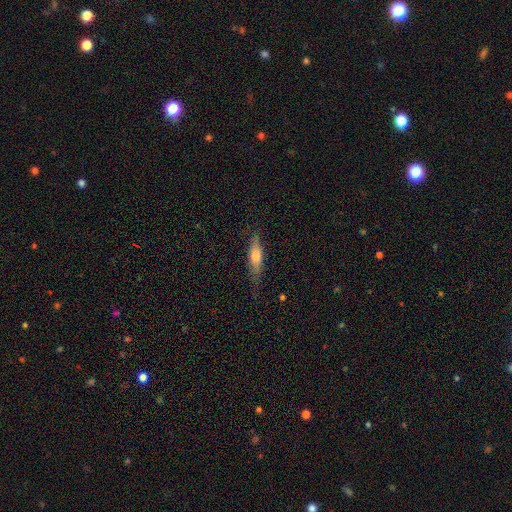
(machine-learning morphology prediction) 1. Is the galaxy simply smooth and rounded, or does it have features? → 59% smooth, 35% featured or disk, 6% star or artifact.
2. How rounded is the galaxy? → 67% cigar-shaped, 31% in between, 2% round.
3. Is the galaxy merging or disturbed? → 71% none, 23% minor disturbance, 6% major disturbance, 1% merger.